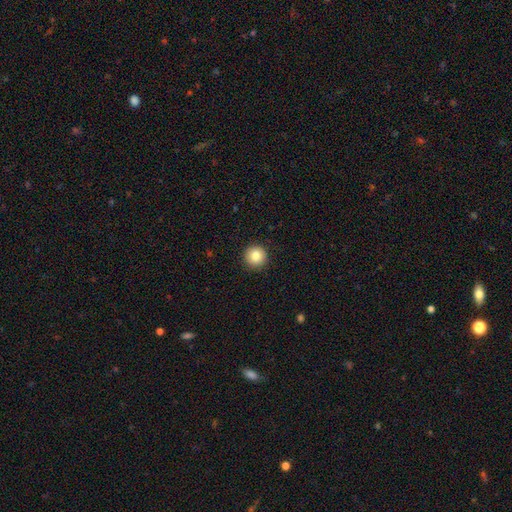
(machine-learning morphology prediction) Q: Smooth or featured?
A: smooth (84%); runner-up: star or artifact (10%)
Q: How rounded?
A: round (96%); runner-up: in between (3%)
Q: Merging?
A: none (93%); runner-up: minor disturbance (5%)